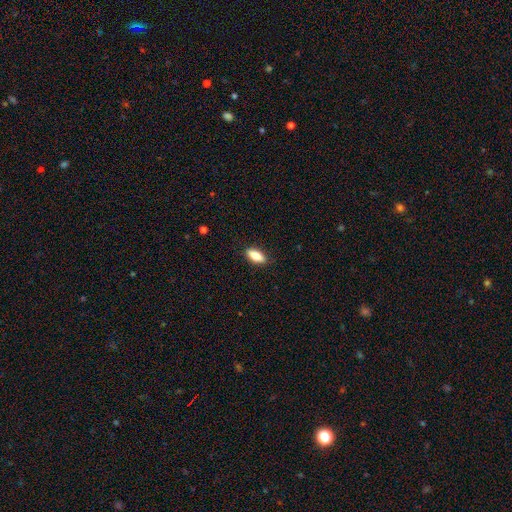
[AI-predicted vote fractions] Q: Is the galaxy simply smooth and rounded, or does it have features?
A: smooth — 80%.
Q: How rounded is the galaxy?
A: in between — 77%.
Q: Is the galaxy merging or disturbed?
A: none — 86%.